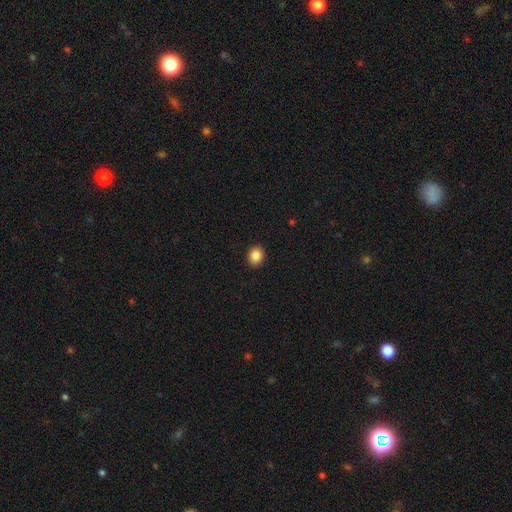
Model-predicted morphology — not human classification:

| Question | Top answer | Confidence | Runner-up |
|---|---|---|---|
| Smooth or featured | smooth | 86% | star or artifact (10%) |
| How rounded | round | 70% | in between (29%) |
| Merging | none | 92% | minor disturbance (5%) |